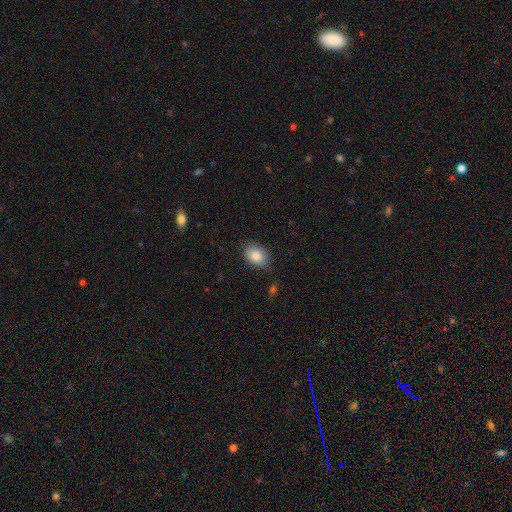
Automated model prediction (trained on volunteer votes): Smooth or featured?
  - smooth: 85% *
  - star or artifact: 8%
  - featured or disk: 7%
How rounded?
  - in between: 79% *
  - round: 20%
  - cigar-shaped: 1%
Merging?
  - none: 81% *
  - minor disturbance: 15%
  - major disturbance: 3%
  - merger: 1%